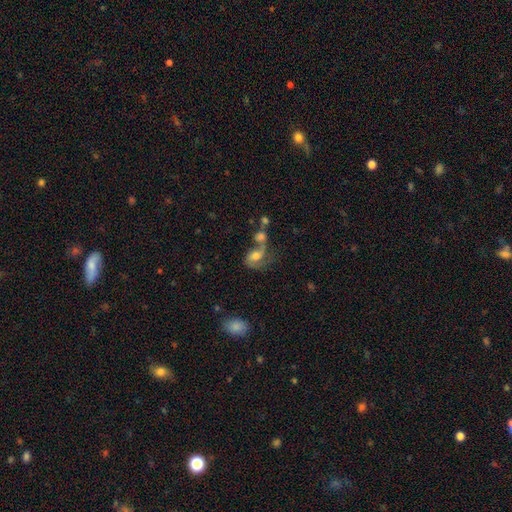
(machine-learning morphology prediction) The model was most divided on "smooth or featured": featured or disk: 54%, smooth: 35%, star or artifact: 11%. More confident: edge-on disk — no (97%); spiral arms — yes (79%); bar — no (62%); bulge size — moderate (54%); merging — merger (50%).